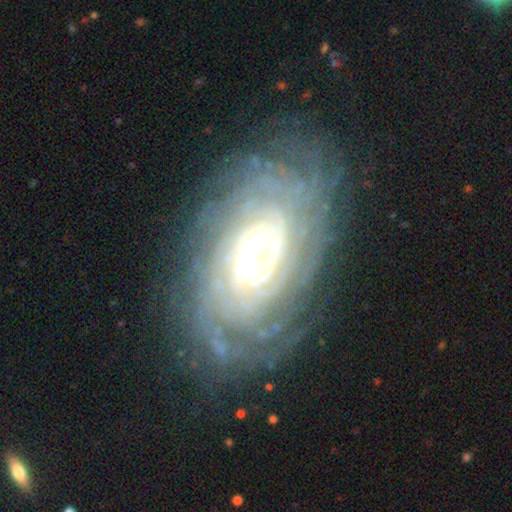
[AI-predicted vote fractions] featured or disk 86%, smooth 8%, star or artifact 6%. Down the decision tree: edge-on disk — no (94%); bar — no (50%); spiral arms — yes (96%); spiral arm count — can't tell (39%); spiral winding — tight (83%); bulge size — moderate (51%); merging — none (77%).